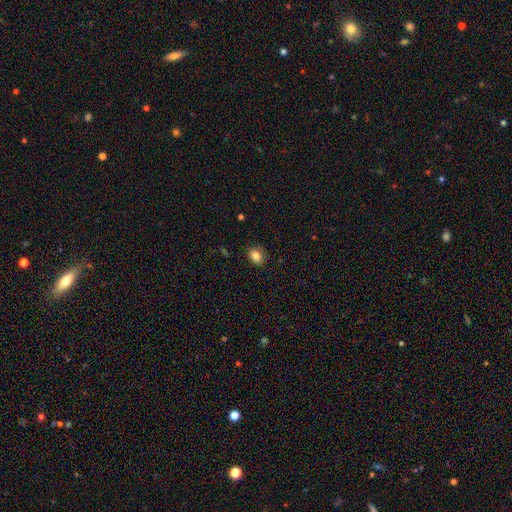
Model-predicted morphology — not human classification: Smooth or featured: smooth — 85% (star or artifact — 9%)
How rounded: in between — 64% (round — 34%)
Merging: none — 85% (minor disturbance — 11%)